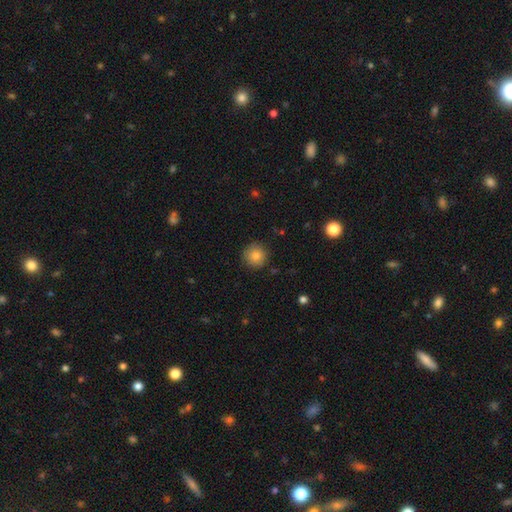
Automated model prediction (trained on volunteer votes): Smooth or featured?
  - smooth: 82% *
  - star or artifact: 10%
  - featured or disk: 8%
How rounded?
  - round: 94% *
  - in between: 5%
  - cigar-shaped: 1%
Merging?
  - none: 88% *
  - minor disturbance: 8%
  - major disturbance: 2%
  - merger: 1%